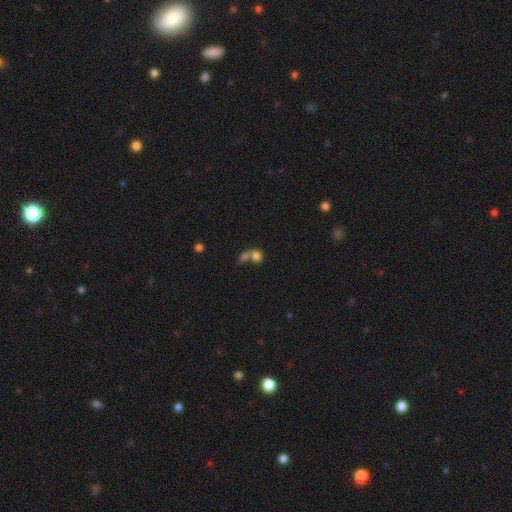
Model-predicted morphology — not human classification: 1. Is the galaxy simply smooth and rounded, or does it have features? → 78% smooth, 12% star or artifact, 10% featured or disk.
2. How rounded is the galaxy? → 54% round, 44% in between, 2% cigar-shaped.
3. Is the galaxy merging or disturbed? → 57% merger, 30% none, 7% minor disturbance, 5% major disturbance.